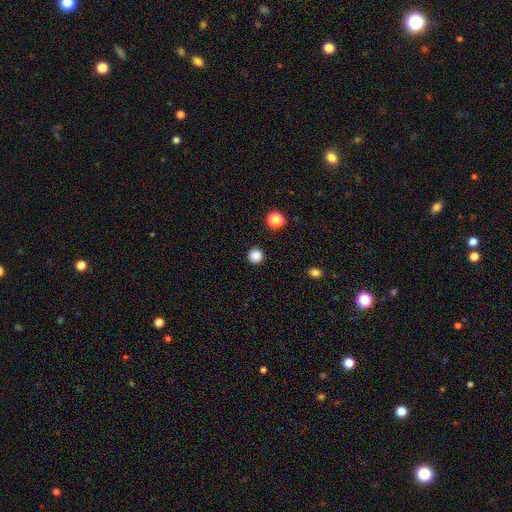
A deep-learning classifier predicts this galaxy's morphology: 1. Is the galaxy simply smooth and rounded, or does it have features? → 85% smooth, 12% star or artifact, 3% featured or disk.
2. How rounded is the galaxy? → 96% round, 3% in between, 1% cigar-shaped.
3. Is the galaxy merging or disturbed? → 92% none, 4% minor disturbance, 2% major disturbance, 1% merger.